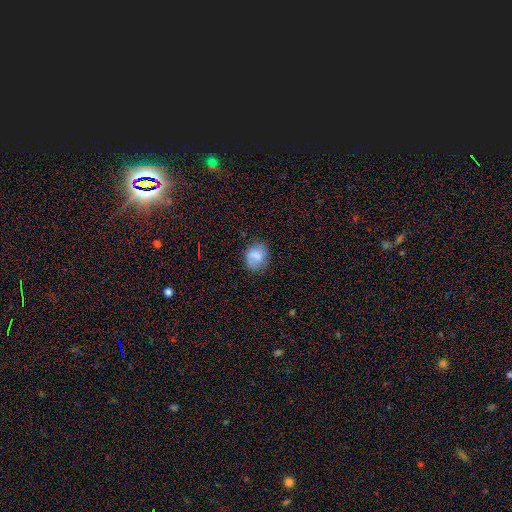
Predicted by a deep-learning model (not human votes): smooth-or-featured: smooth: 67% | featured or disk: 24% | star or artifact: 9%
  how-rounded: round: 63% | in between: 36% | cigar-shaped: 1%
  merging: none: 66% | minor disturbance: 23% | major disturbance: 9% | merger: 2%